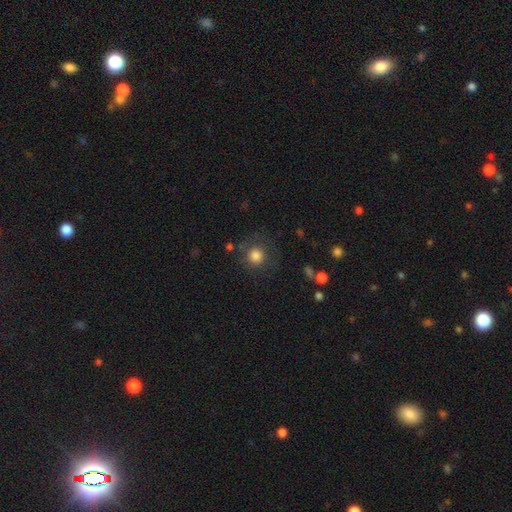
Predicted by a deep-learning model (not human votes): This appears to be a smooth galaxy with no disk features (82%) that is round (93%). Merging: none (77%).